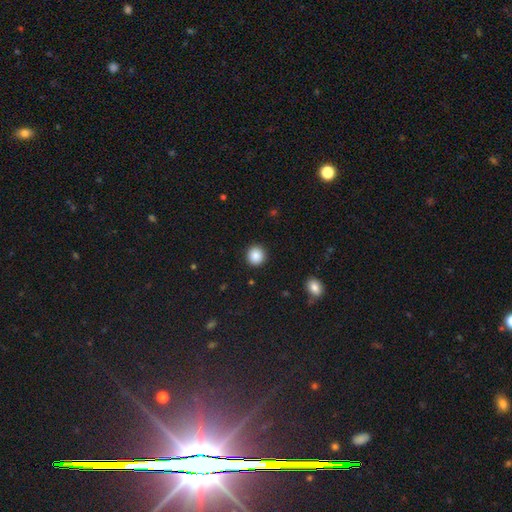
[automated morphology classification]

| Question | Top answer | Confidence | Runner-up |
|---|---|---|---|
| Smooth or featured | smooth | 88% | star or artifact (9%) |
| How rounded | round | 93% | in between (6%) |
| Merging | none | 92% | minor disturbance (5%) |